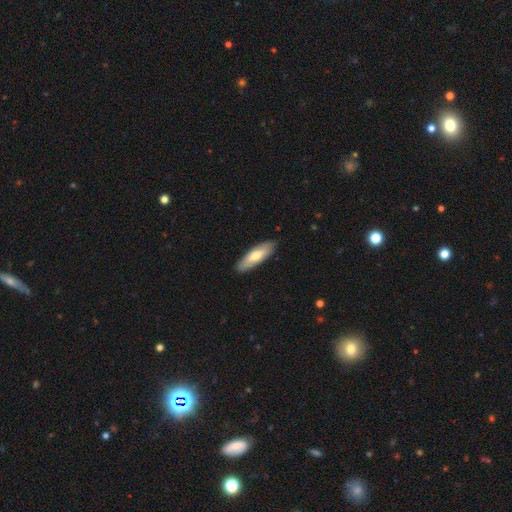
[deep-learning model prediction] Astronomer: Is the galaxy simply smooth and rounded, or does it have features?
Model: smooth — 65%.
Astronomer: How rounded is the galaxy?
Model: in between — 51% (runner-up: cigar-shaped, 48%).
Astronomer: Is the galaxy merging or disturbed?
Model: none — 88%.